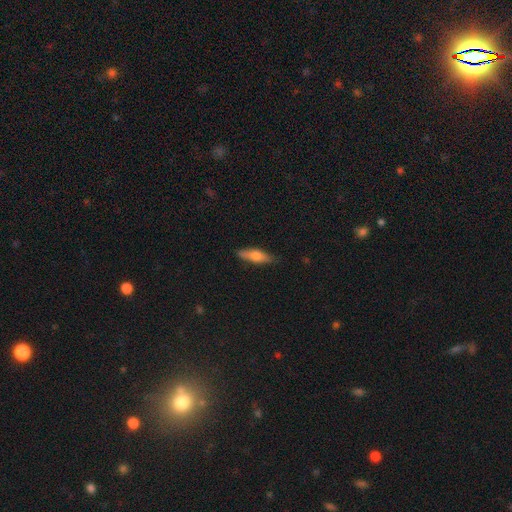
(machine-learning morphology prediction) smooth 60%, featured or disk 34%, star or artifact 6%. Down the decision tree: how rounded — cigar-shaped (59%); merging — none (83%).